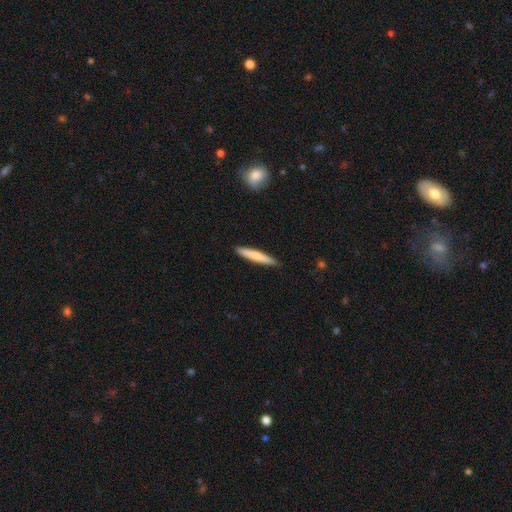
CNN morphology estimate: A smooth galaxy with no disk features (71%) that is cigar-shaped (94%). Merging: none (90%).